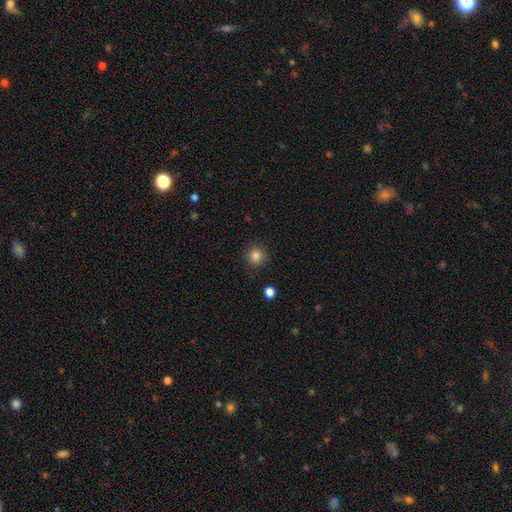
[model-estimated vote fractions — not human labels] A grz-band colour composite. It shows a smooth galaxy with no disk features (85%) that is round (92%). Merging: none (89%).